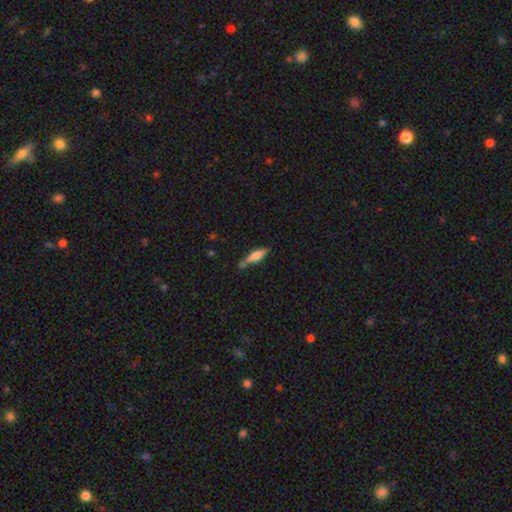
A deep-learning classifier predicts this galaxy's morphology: A smooth galaxy with no disk features (51%) that is cigar-shaped (74%).

Vote fractions:
- Smooth or featured? smooth: 51% / featured or disk: 42% / star or artifact: 7%
- How rounded? cigar-shaped: 74% / in between: 24% / round: 2%
- Merging? none: 63% / minor disturbance: 23% / merger: 8% / major disturbance: 6%